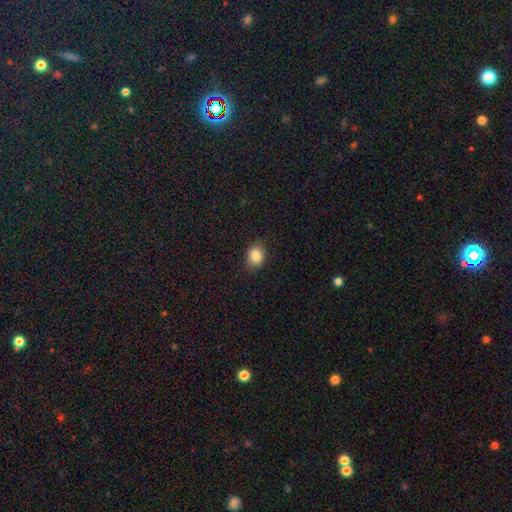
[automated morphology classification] Smooth or featured? smooth (85%)
How rounded? in between (56%)
Merging? none (85%)